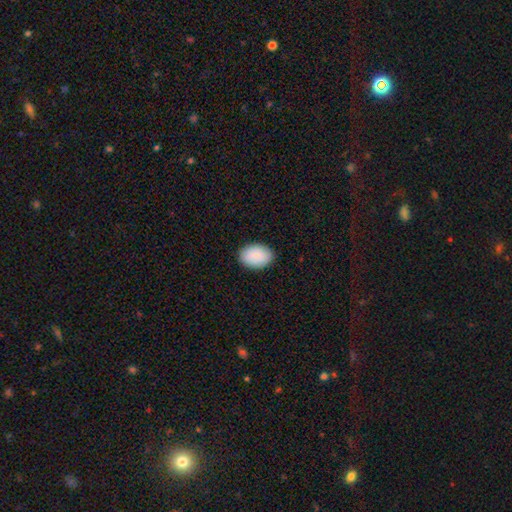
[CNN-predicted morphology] The model was most divided on "how rounded": in between: 86%, round: 13%, cigar-shaped: 1%. More confident: smooth or featured — smooth (90%); merging — none (89%).